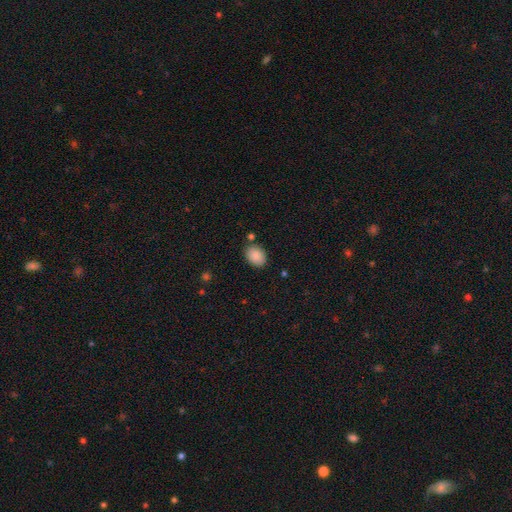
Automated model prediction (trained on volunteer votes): A smooth galaxy with no disk features (88%) that is in between round and cigar-shaped (69%).

Vote fractions:
- Smooth or featured? smooth: 88% / star or artifact: 8% / featured or disk: 5%
- How rounded? in between: 69% / round: 30% / cigar-shaped: 1%
- Merging? none: 82% / minor disturbance: 11% / merger: 4% / major disturbance: 3%